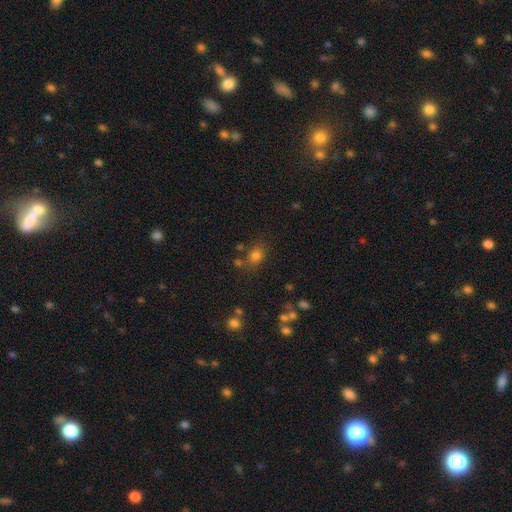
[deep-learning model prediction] Q: Smooth or featured?
A: smooth (75%); runner-up: star or artifact (17%)
Q: How rounded?
A: round (59%); runner-up: in between (40%)
Q: Merging?
A: none (69%); runner-up: minor disturbance (15%)